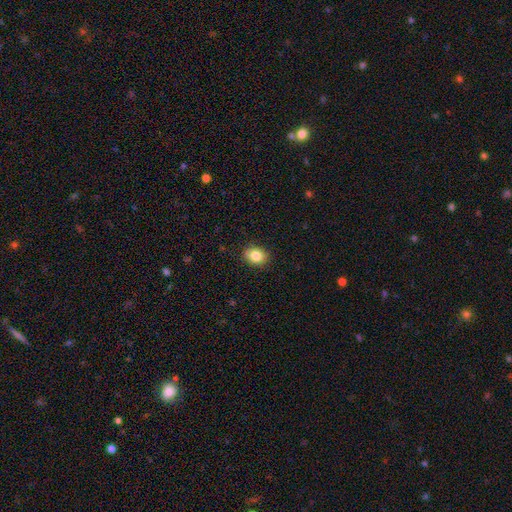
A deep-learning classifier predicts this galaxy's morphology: Smooth or featured? Predicted: smooth (p=0.84). How rounded? Predicted: in between (p=0.54). Merging? Predicted: none (p=0.89).